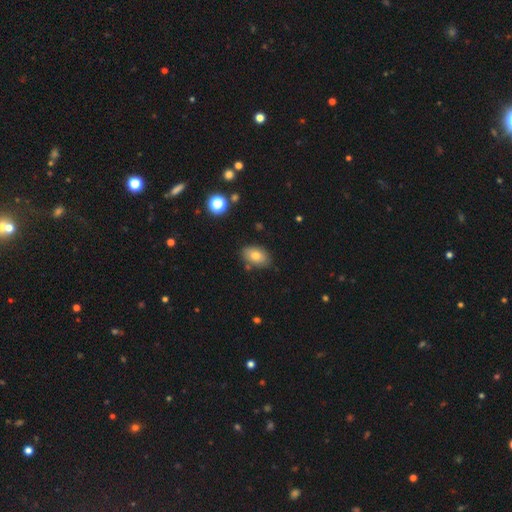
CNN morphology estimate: The model was most divided on "smooth or featured": smooth: 79%, featured or disk: 12%, star or artifact: 9%. More confident: how rounded — in between (88%); merging — none (82%).